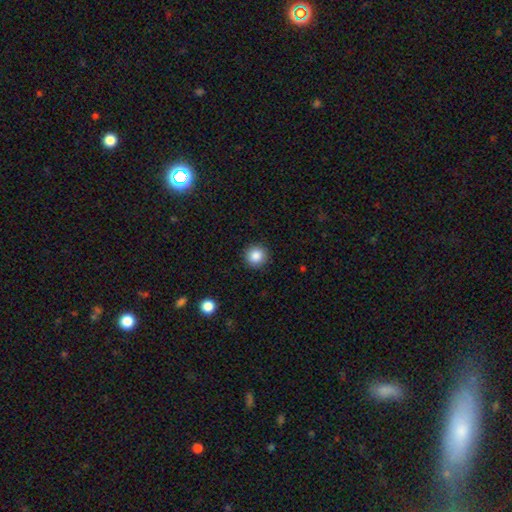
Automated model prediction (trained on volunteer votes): This is clearly a smooth galaxy (87%). How rounded: clearly round (94%). Merging: clearly none (91%).